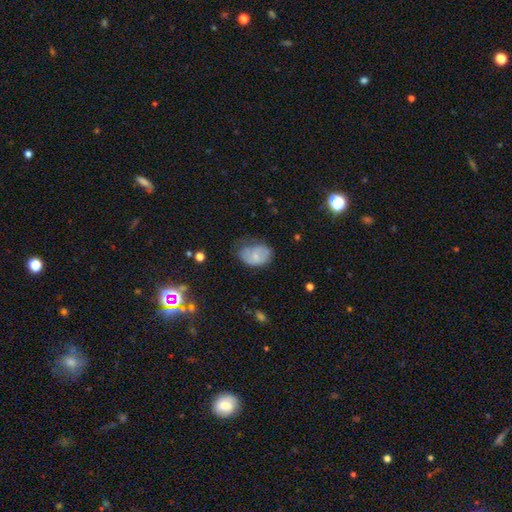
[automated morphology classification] Overall: smooth (62%; featured or disk 30%). How rounded: in between (79%). Merging: none (41%; minor disturbance 38%).